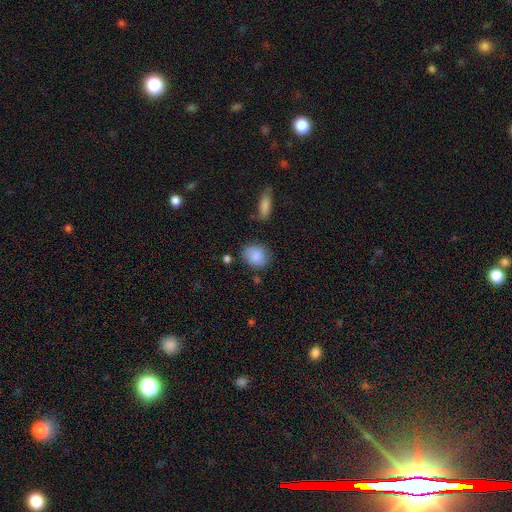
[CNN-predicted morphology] smooth-or-featured: smooth: 86% | featured or disk: 7% | star or artifact: 7%
  how-rounded: round: 58% | in between: 40% | cigar-shaped: 1%
  merging: none: 74% | minor disturbance: 18% | major disturbance: 5% | merger: 4%